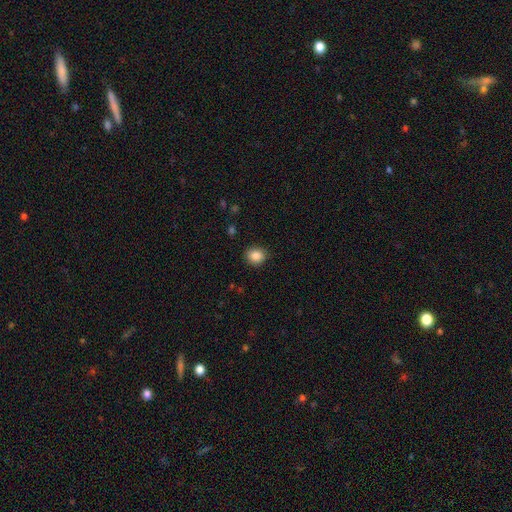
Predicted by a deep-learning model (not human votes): Smooth or featured?
  - smooth: 87% *
  - star or artifact: 9%
  - featured or disk: 4%
How rounded?
  - round: 77% *
  - in between: 22%
  - cigar-shaped: 1%
Merging?
  - none: 88% *
  - minor disturbance: 9%
  - major disturbance: 2%
  - merger: 1%